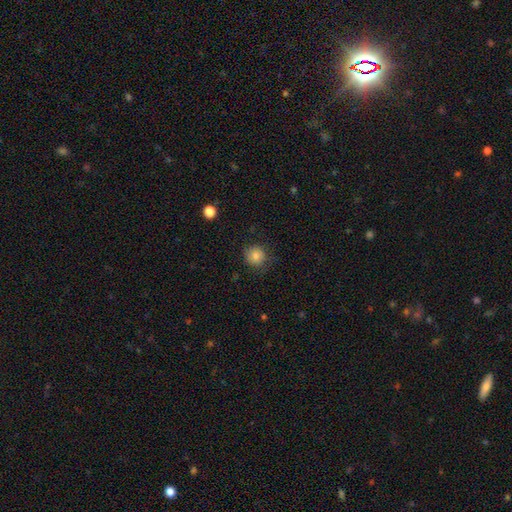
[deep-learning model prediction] The model was most divided on "merging": none: 75%, minor disturbance: 18%, major disturbance: 6%, merger: 1%. More confident: how rounded — round (89%); smooth or featured — smooth (82%).